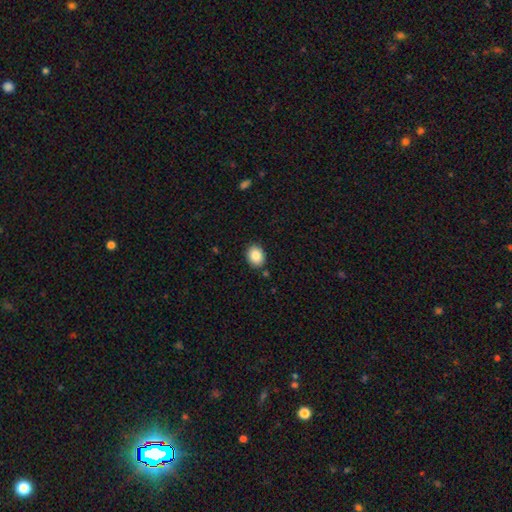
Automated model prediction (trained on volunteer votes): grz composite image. It shows a smooth galaxy with no disk features (86%) that is in between round and cigar-shaped (50%). Merging: none (87%).